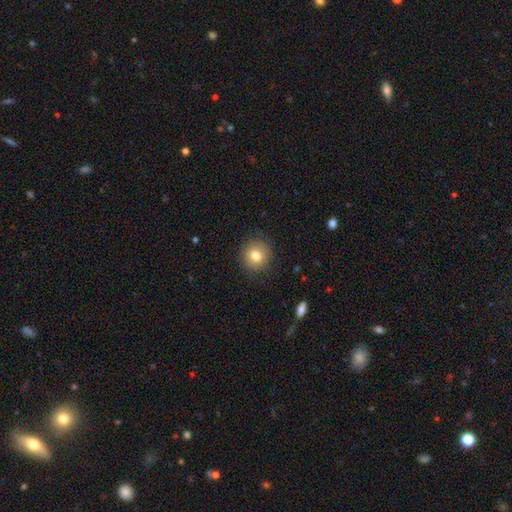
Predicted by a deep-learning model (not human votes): smooth 78%, featured or disk 11%, star or artifact 11%. Down the decision tree: how rounded — round (90%); merging — none (87%).